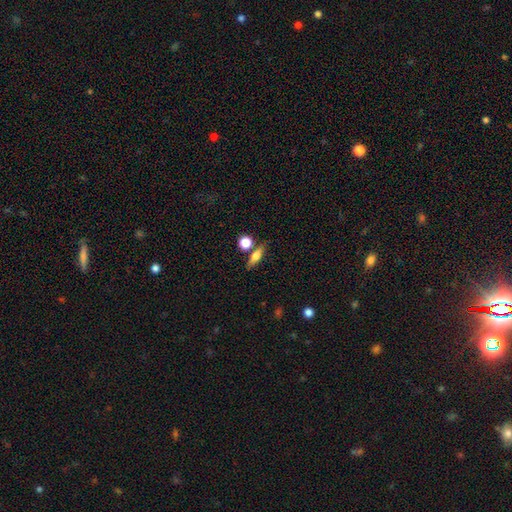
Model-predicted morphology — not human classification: Smooth or featured? Predicted: smooth (p=0.66). How rounded? Predicted: in between (p=0.46). Merging? Predicted: none (p=0.72).